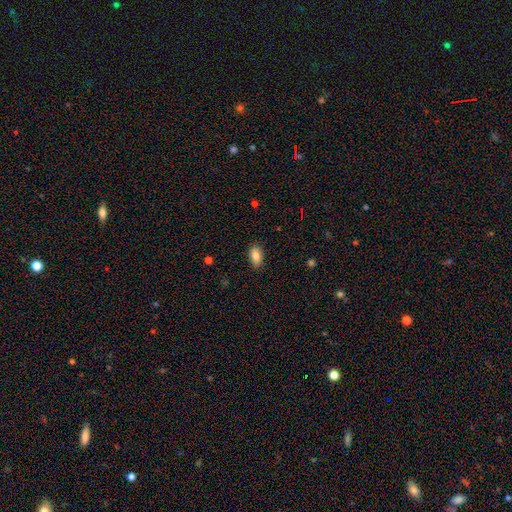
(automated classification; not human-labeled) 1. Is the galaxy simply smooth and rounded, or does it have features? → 85% smooth, 8% star or artifact, 7% featured or disk.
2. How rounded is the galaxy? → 92% in between, 5% round, 3% cigar-shaped.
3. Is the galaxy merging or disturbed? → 87% none, 10% minor disturbance, 2% major disturbance, 1% merger.